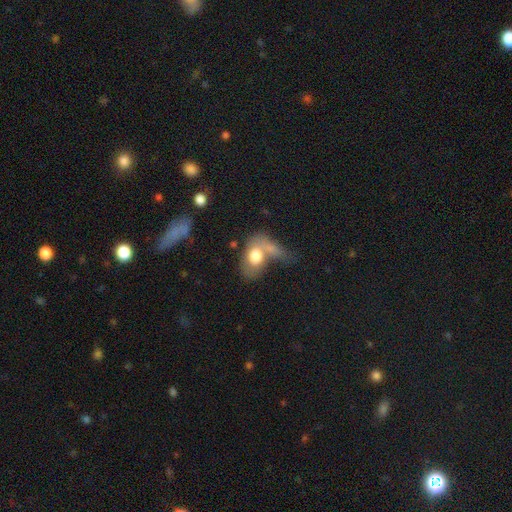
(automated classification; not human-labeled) Smooth or featured?
  - smooth: 71% *
  - featured or disk: 22%
  - star or artifact: 7%
How rounded?
  - in between: 81% *
  - round: 16%
  - cigar-shaped: 2%
Merging?
  - merger: 42% *
  - none: 24%
  - major disturbance: 19%
  - minor disturbance: 15%